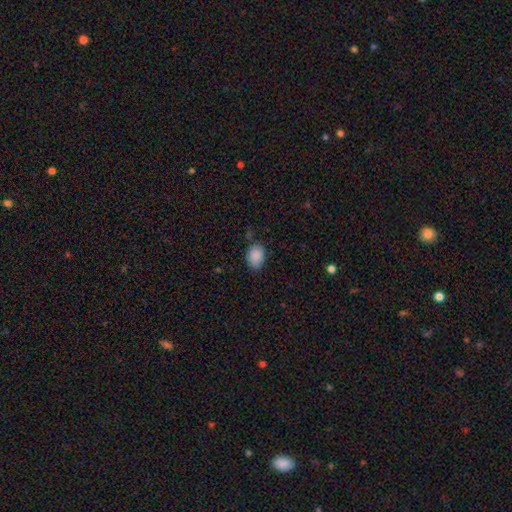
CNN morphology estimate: smooth_or_featured: smooth (p=0.89) [alt: star or artifact p=0.08]
how_rounded: in between (p=0.82) [alt: round p=0.17]
merging: none (p=0.76) [alt: minor disturbance p=0.18]